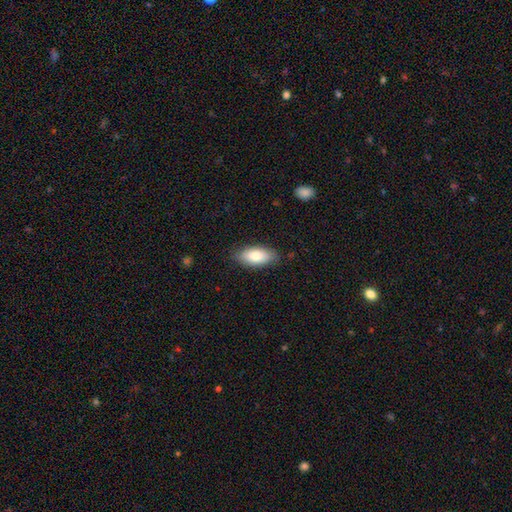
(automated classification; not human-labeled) Smooth or featured?
  - smooth: 79% *
  - featured or disk: 14%
  - star or artifact: 6%
How rounded?
  - in between: 88% *
  - cigar-shaped: 9%
  - round: 3%
Merging?
  - none: 83% *
  - minor disturbance: 13%
  - major disturbance: 2%
  - merger: 1%